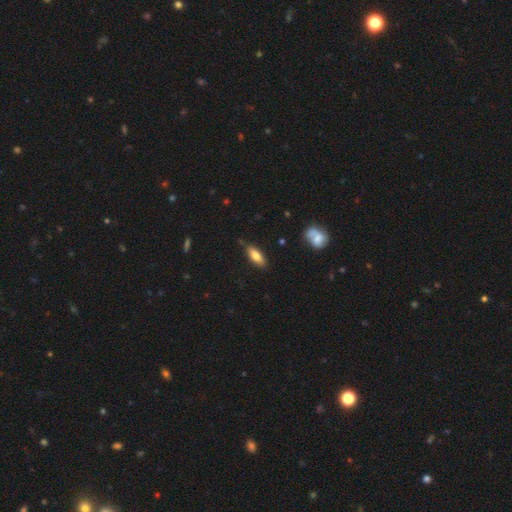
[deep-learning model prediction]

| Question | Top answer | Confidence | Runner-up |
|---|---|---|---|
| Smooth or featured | smooth | 74% | featured or disk (20%) |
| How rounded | in between | 71% | cigar-shaped (27%) |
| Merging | none | 81% | minor disturbance (15%) |